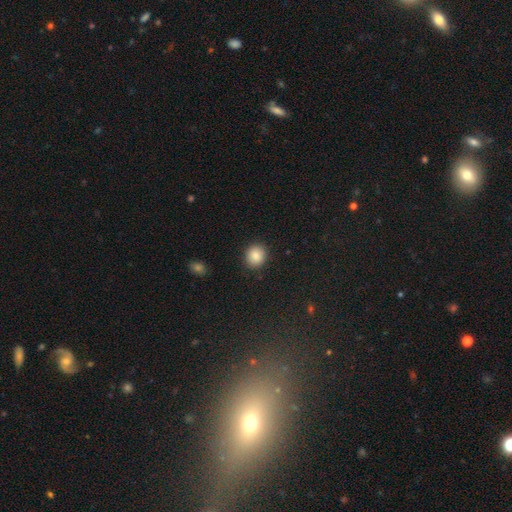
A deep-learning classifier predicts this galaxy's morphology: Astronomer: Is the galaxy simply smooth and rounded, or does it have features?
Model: smooth — 86%.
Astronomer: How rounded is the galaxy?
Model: round — 82%.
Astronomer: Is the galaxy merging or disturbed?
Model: none — 90%.